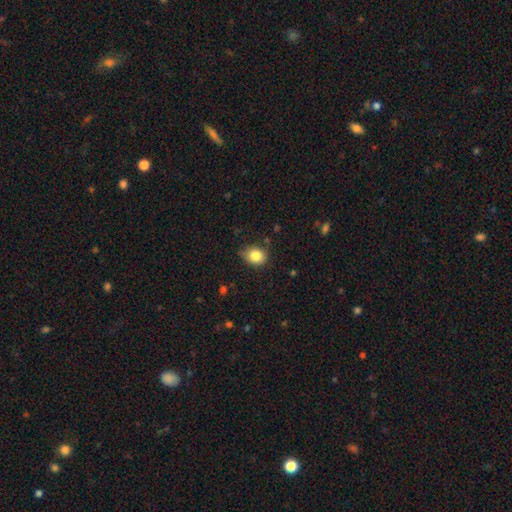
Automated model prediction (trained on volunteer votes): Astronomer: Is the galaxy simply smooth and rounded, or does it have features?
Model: smooth — 84%.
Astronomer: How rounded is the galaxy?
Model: round — 54% (runner-up: in between, 45%).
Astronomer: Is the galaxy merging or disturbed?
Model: none — 71%.